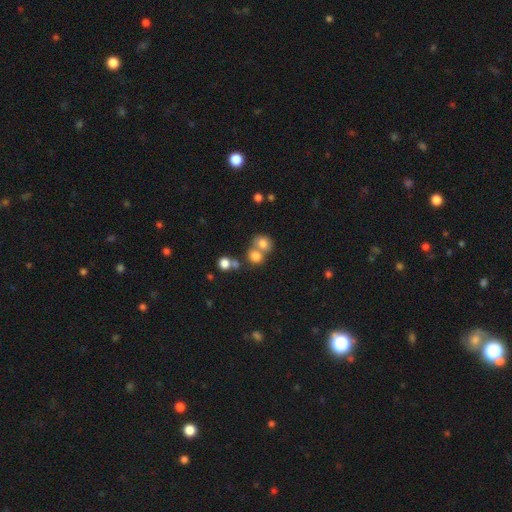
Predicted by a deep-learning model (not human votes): A smooth galaxy with no disk features (76%) that is round (69%). Merging: merger (50%).